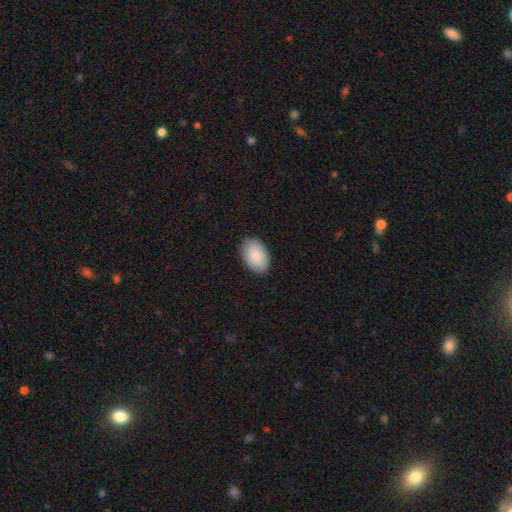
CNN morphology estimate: smooth_or_featured: smooth (p=0.90) [alt: star or artifact p=0.06]
how_rounded: in between (p=0.92) [alt: round p=0.07]
merging: none (p=0.88) [alt: minor disturbance p=0.09]